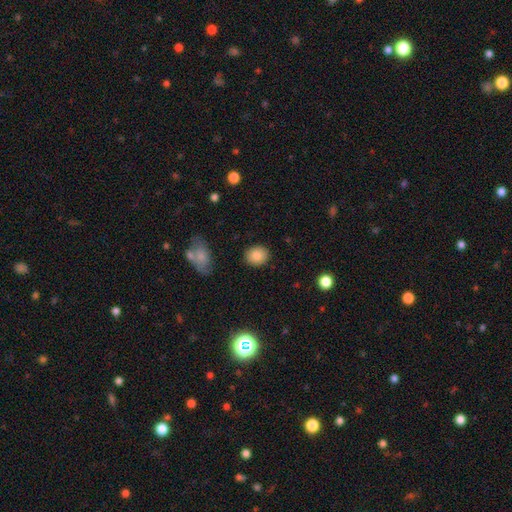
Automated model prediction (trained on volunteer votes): smooth_or_featured: smooth (p=0.85) [alt: star or artifact p=0.09]
how_rounded: round (p=0.71) [alt: in between p=0.28]
merging: none (p=0.89) [alt: minor disturbance p=0.07]